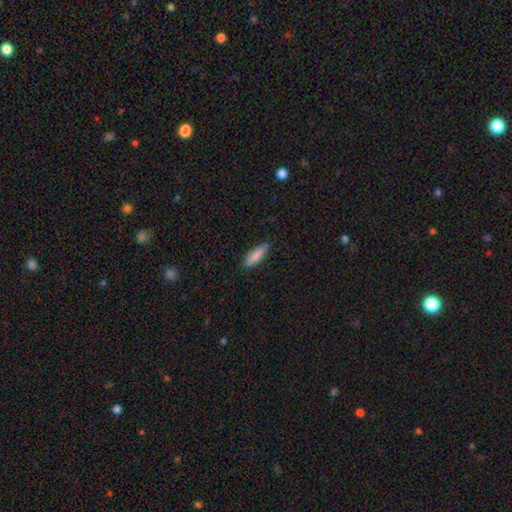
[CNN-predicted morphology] This appears to be a smooth galaxy with no disk features (83%) that is cigar-shaped (63%). Merging: none (87%).